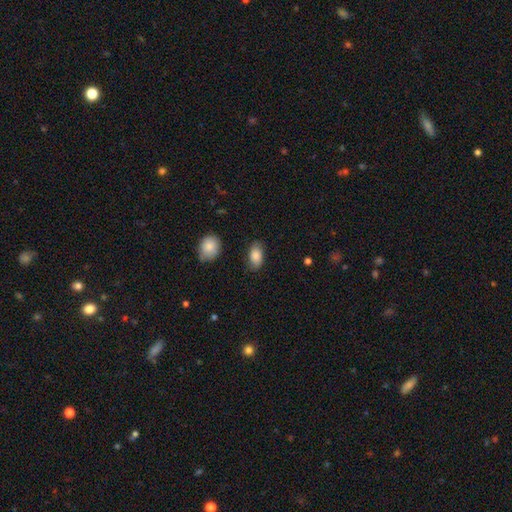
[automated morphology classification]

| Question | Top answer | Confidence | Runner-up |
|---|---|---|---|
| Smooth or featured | smooth | 86% | featured or disk (8%) |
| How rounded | in between | 92% | round (6%) |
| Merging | none | 81% | minor disturbance (14%) |